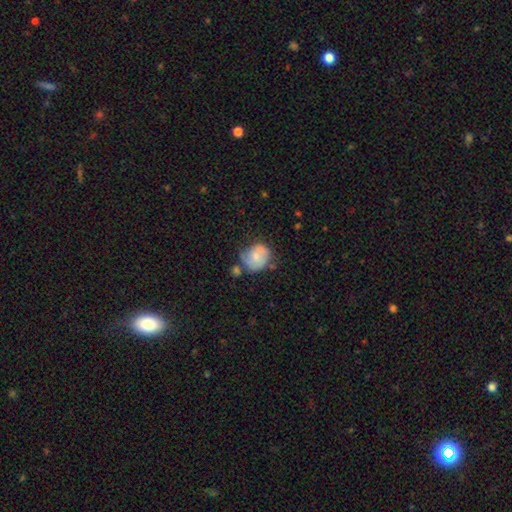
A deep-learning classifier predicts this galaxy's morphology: Smooth or featured: smooth — 57% (featured or disk — 35%)
How rounded: round — 67% (in between — 32%)
Merging: none — 43% (minor disturbance — 30%)